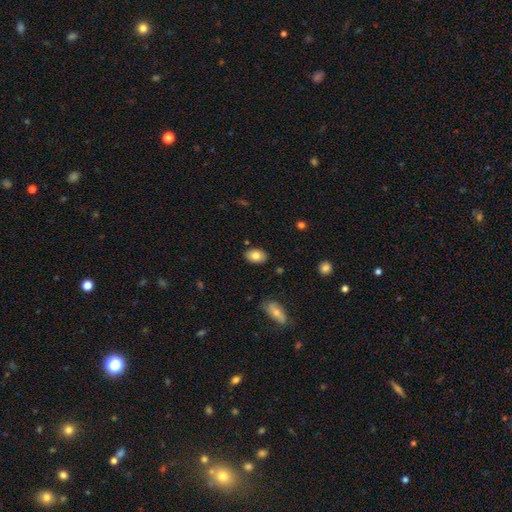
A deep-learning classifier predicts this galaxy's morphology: smooth 80%, featured or disk 12%, star or artifact 8%. Down the decision tree: how rounded — in between (88%); merging — none (86%).